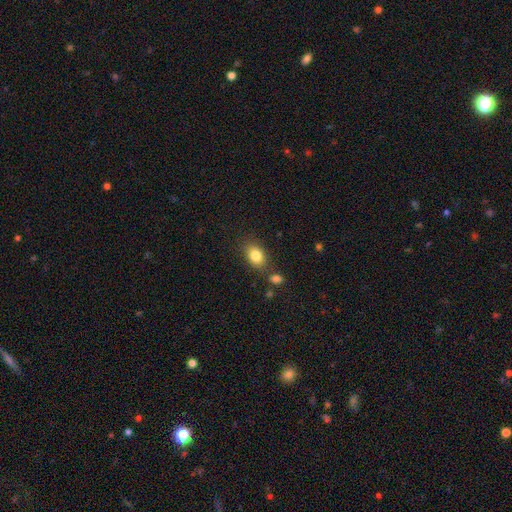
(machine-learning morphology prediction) smooth_or_featured: smooth (p=0.83) [alt: star or artifact p=0.09]
how_rounded: in between (p=0.77) [alt: round p=0.22]
merging: none (p=0.77) [alt: minor disturbance p=0.12]